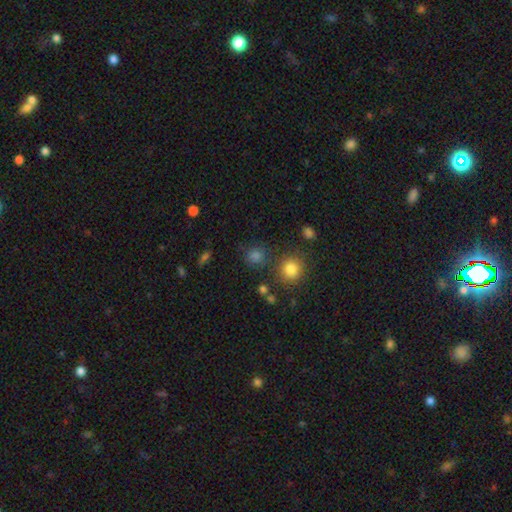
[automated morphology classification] Smooth or featured: smooth — 74% (star or artifact — 20%)
How rounded: round — 85% (in between — 14%)
Merging: none — 78% (minor disturbance — 10%)